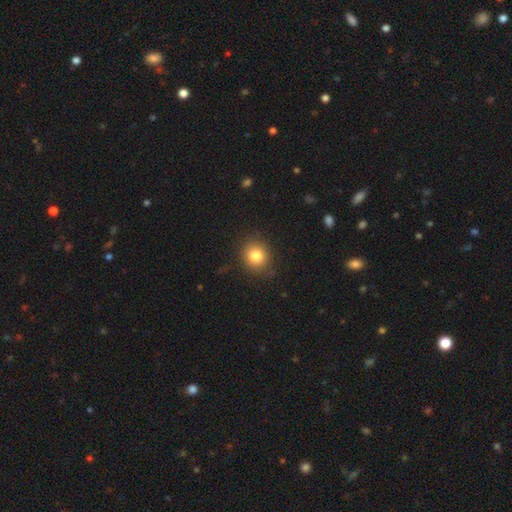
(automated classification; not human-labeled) This is clearly a smooth galaxy (82%). How rounded: likely round (77%). Merging: clearly none (85%).